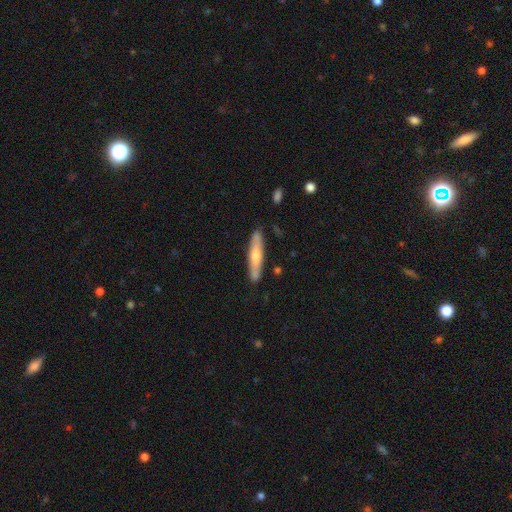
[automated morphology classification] smooth-or-featured: smooth: 51% | featured or disk: 43% | star or artifact: 5%
  how-rounded: cigar-shaped: 86% | in between: 12% | round: 1%
  merging: none: 84% | minor disturbance: 11% | merger: 2% | major disturbance: 2%